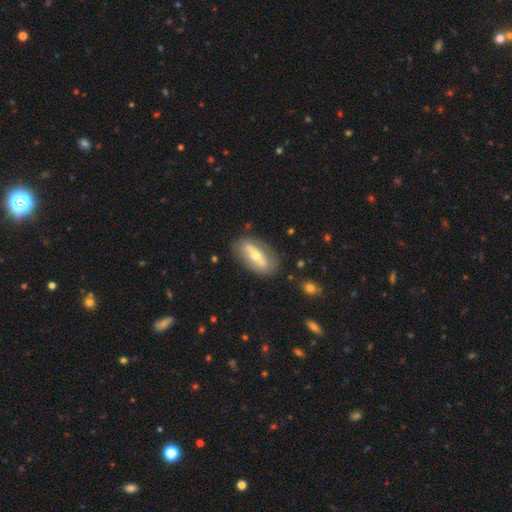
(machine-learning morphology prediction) This appears to be a featured or disk galaxy (55%). Merging: none (79%).